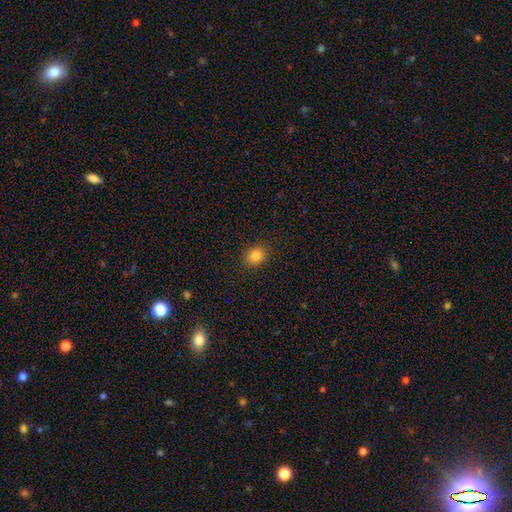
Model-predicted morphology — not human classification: Overall: smooth (83%). How rounded: round (54%; in between 45%). Merging: none (89%).